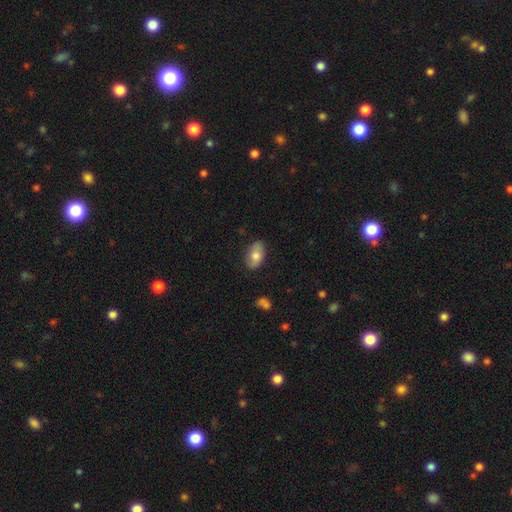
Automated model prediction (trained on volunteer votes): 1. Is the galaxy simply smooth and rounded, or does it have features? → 76% smooth, 17% featured or disk, 7% star or artifact.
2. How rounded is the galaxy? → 92% in between, 6% round, 2% cigar-shaped.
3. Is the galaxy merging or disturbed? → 82% none, 14% minor disturbance, 3% major disturbance, 1% merger.